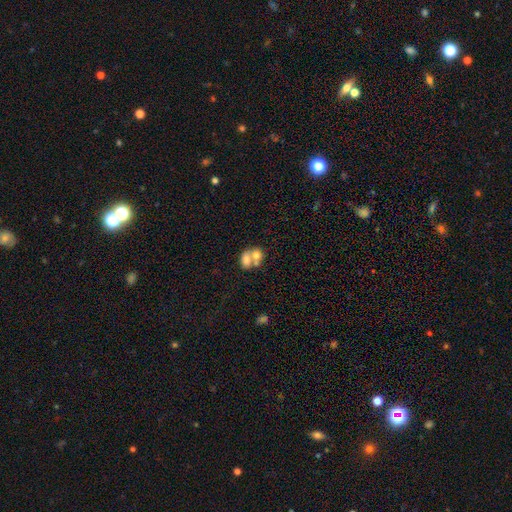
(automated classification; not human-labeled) Overall: smooth (66%). How rounded: in between (61%; round 38%). Merging: merger (71%).